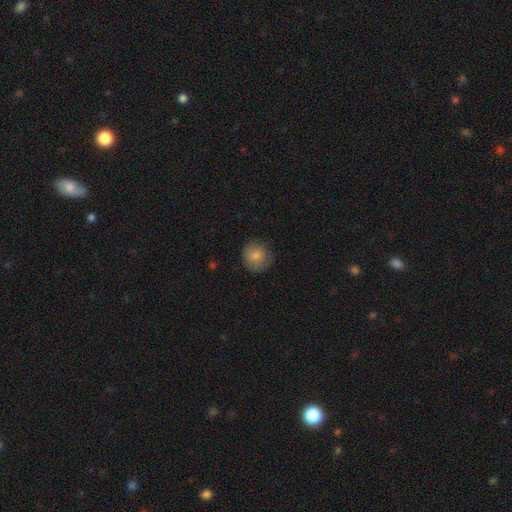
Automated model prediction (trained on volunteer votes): A smooth galaxy with no disk features (81%) that is round (87%). Merging: none (78%).